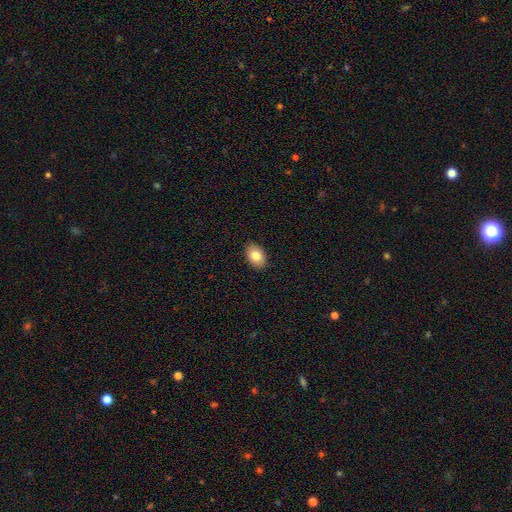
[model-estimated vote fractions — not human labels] Morphology: type=smooth (81%); roundness=in between (83%); merging=none (90%).